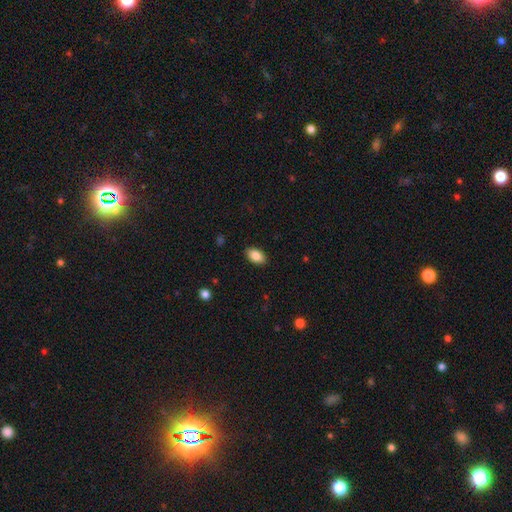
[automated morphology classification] This appears to be a smooth galaxy with no disk features (87%) that is in between round and cigar-shaped (92%). Merging: none (89%).